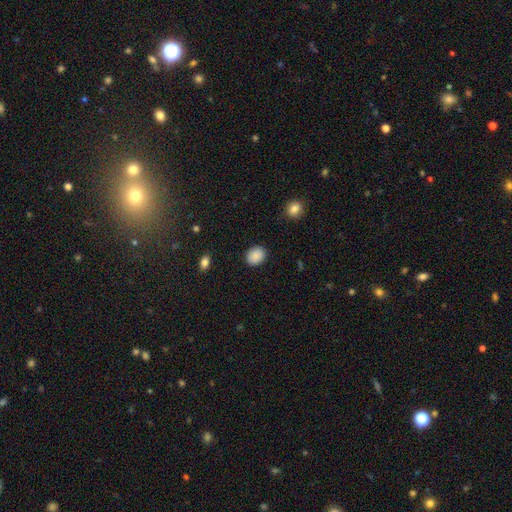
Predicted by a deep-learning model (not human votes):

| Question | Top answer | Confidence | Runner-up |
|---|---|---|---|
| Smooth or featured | smooth | 89% | star or artifact (8%) |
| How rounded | round | 50% | in between (49%) |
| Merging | none | 89% | minor disturbance (8%) |